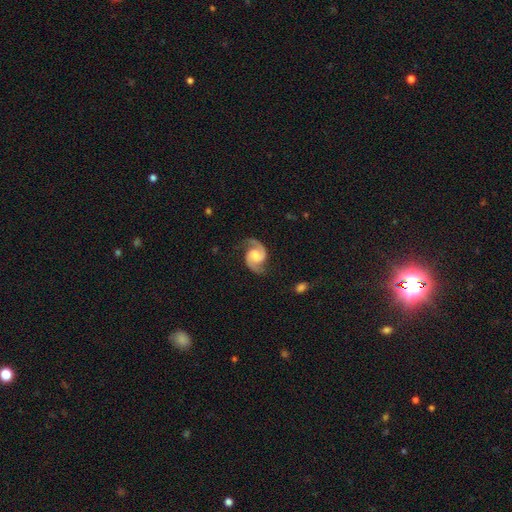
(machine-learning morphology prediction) Smooth or featured: featured or disk — 92% (star or artifact — 4%)
Edge-on disk: no — 98% (yes — 2%)
Bar: no — 51% (weak — 39%)
Spiral arms: yes — 98% (no — 2%)
Spiral winding: medium — 60% (tight — 21%)
Spiral arm count: 2 — 94% (can't tell — 1%)
Bulge size: moderate — 50% (small — 28%)
Merging: none — 80% (minor disturbance — 14%)